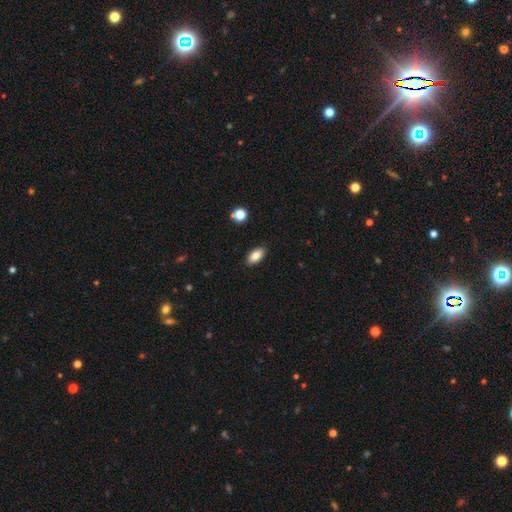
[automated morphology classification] Smooth or featured: smooth — 84% (star or artifact — 8%)
How rounded: in between — 89% (cigar-shaped — 7%)
Merging: none — 89% (minor disturbance — 8%)